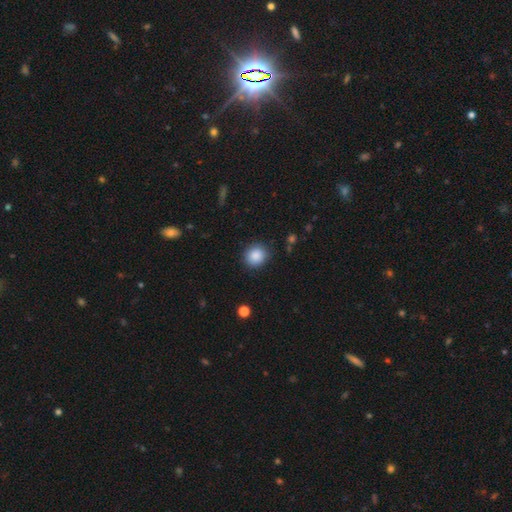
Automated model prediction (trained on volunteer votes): Morphology: type=smooth (87%); roundness=round (84%); merging=none (88%).